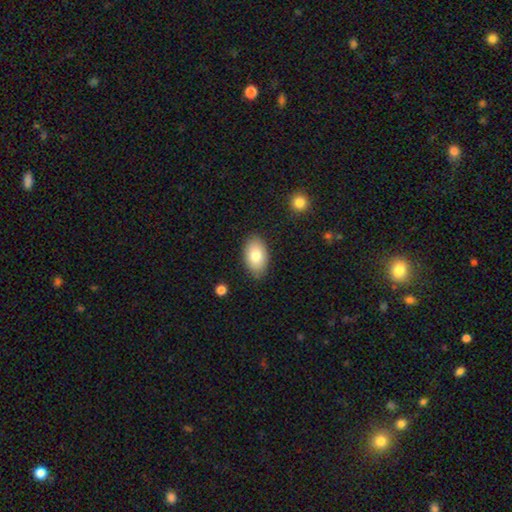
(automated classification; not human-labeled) This appears to be a smooth galaxy with no disk features (81%) that is in between round and cigar-shaped (93%). Merging: none (84%).